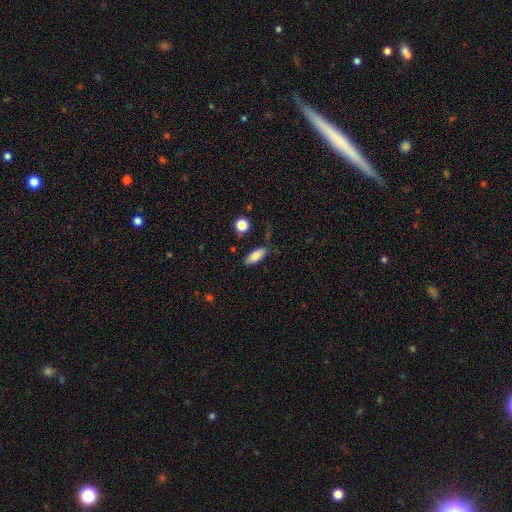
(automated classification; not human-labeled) smooth_or_featured: smooth (p=0.83) [alt: featured or disk p=0.09]
how_rounded: in between (p=0.76) [alt: cigar-shaped p=0.21]
merging: none (p=0.80) [alt: minor disturbance p=0.14]